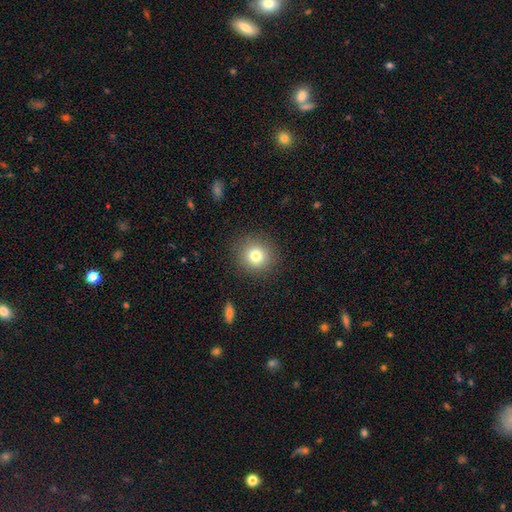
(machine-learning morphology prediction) The model was most divided on "smooth or featured": smooth: 79%, star or artifact: 12%, featured or disk: 9%. More confident: how rounded — round (89%); merging — none (89%).